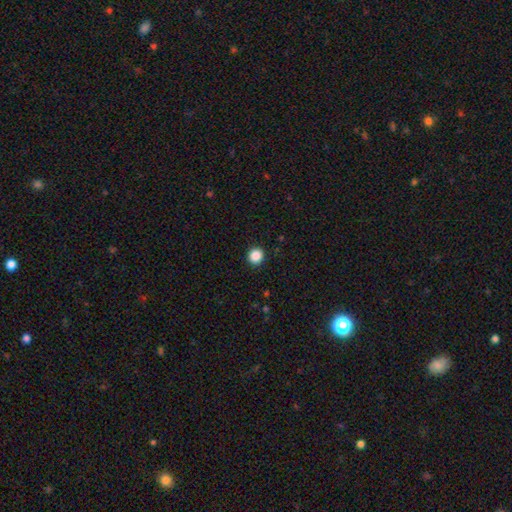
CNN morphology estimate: smooth-or-featured: smooth: 87% | star or artifact: 10% | featured or disk: 2%
  how-rounded: round: 91% | in between: 8% | cigar-shaped: 1%
  merging: none: 92% | minor disturbance: 5% | major disturbance: 2% | merger: 1%